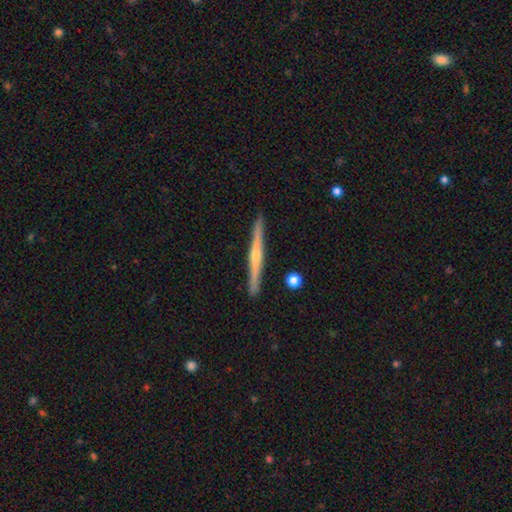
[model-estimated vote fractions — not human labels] Overall: featured or disk (70%). Edge-on disk: yes (98%). Edge-on bulge: rounded (70%). Merging: none (91%).